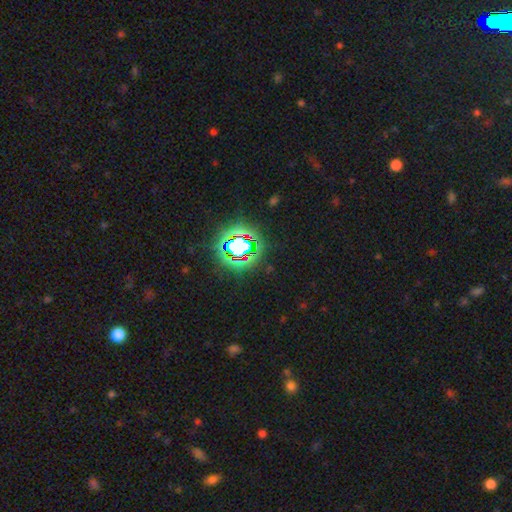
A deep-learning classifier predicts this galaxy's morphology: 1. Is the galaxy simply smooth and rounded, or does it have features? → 79% star or artifact, 13% smooth, 8% featured or disk.